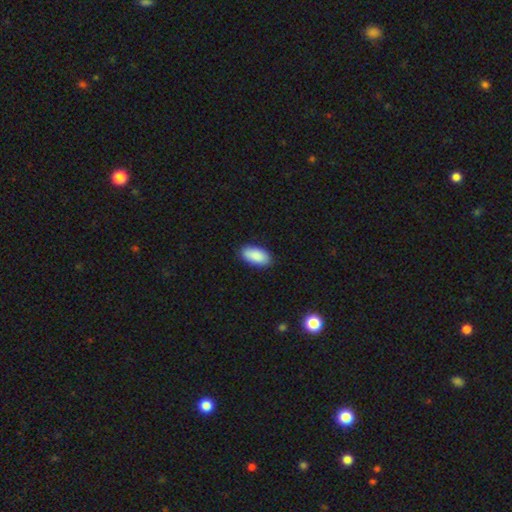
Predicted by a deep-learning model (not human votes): This is clearly a smooth galaxy (90%). How rounded: clearly in between (93%). Merging: clearly none (87%).